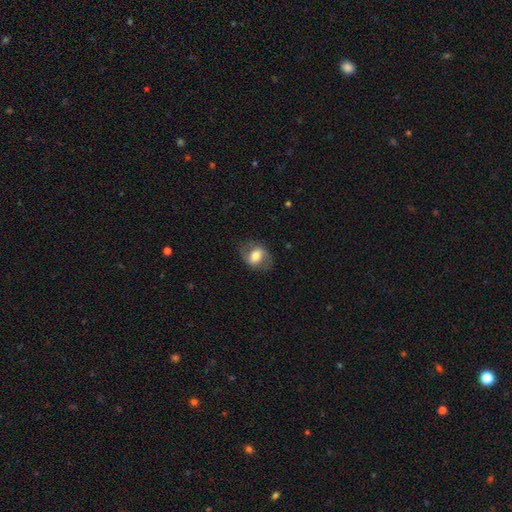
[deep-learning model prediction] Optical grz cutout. It shows a smooth galaxy with no disk features (47%). Merging: none (74%).